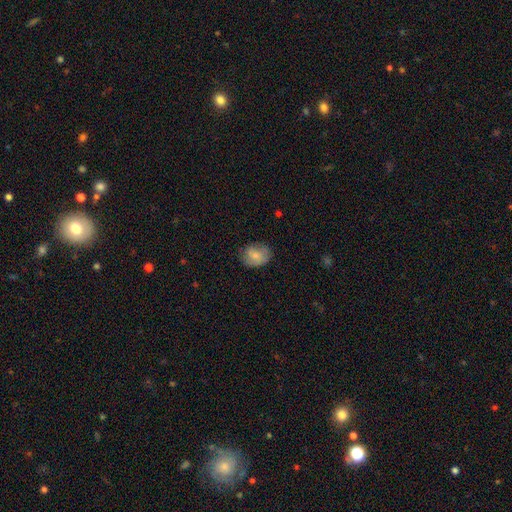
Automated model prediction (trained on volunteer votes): This appears to be a smooth galaxy with no disk features (77%) that is in between round and cigar-shaped (55%). Merging: none (70%).